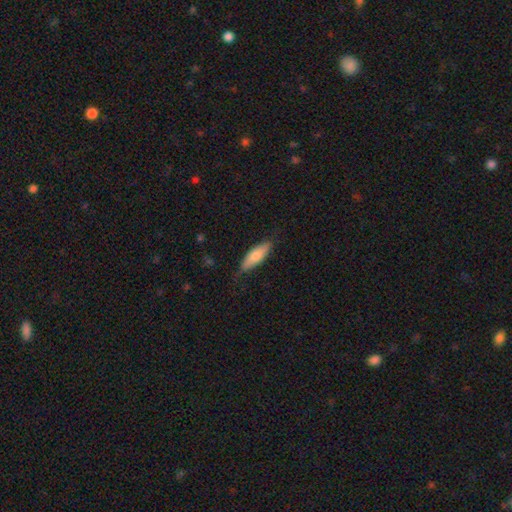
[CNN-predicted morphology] The model was most divided on "how rounded": in between: 59%, cigar-shaped: 39%, round: 2%. More confident: smooth or featured — smooth (75%); merging — none (74%).